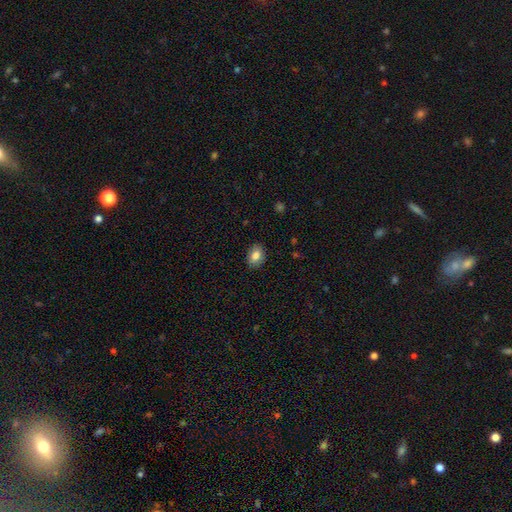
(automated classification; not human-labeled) Smooth or featured: smooth — 82% (featured or disk — 9%)
How rounded: in between — 75% (round — 23%)
Merging: none — 87% (minor disturbance — 10%)